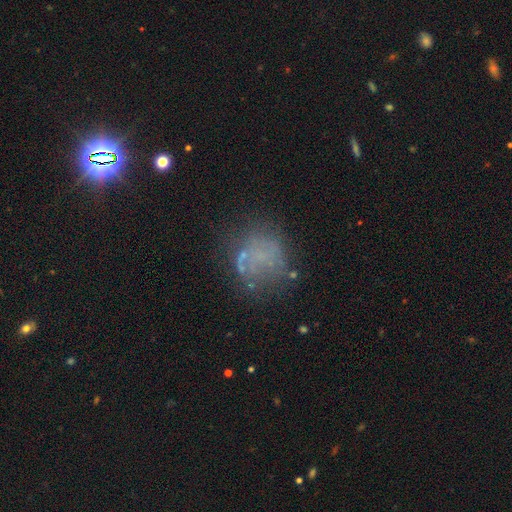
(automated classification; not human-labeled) Smooth or featured? smooth (39%)
Merging? none (60%)